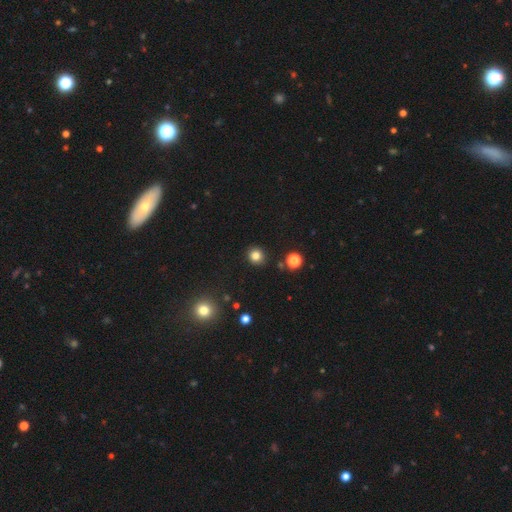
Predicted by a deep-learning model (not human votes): smooth_or_featured: smooth (p=0.82) [alt: star or artifact p=0.13]
how_rounded: round (p=0.88) [alt: in between p=0.11]
merging: none (p=0.89) [alt: minor disturbance p=0.07]